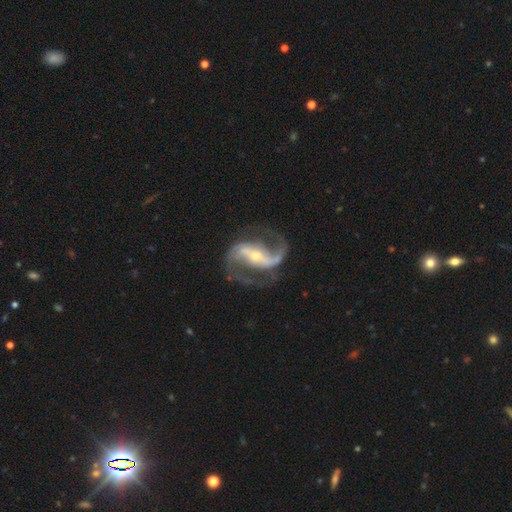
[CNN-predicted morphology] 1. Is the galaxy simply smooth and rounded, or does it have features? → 93% featured or disk, 4% star or artifact, 3% smooth.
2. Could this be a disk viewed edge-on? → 97% no, 3% yes.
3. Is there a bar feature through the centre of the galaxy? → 61% strong, 25% weak, 14% no.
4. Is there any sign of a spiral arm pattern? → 98% yes, 2% no.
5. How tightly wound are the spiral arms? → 49% medium, 42% loose, 9% tight.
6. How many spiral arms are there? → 94% 2, 1% 1, 1% can't tell, 1% 3, 1% 4, 1% more than 4.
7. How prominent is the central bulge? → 56% small, 40% moderate, 2% large, 1% none, 1% dominant.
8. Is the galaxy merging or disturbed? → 79% none, 12% minor disturbance, 7% major disturbance, 2% merger.